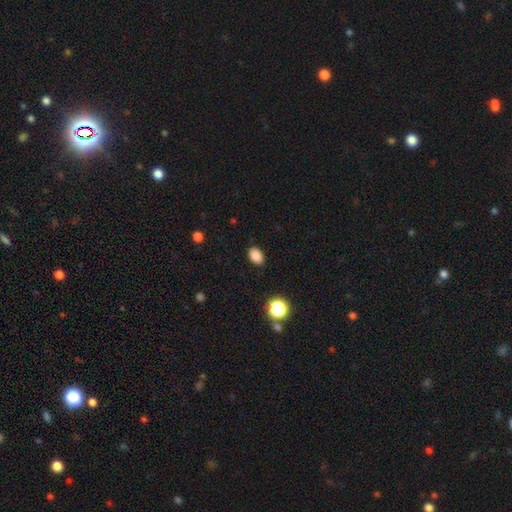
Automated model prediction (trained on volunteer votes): A smooth galaxy with no disk features (86%) that is in between round and cigar-shaped (77%). Merging: none (88%).